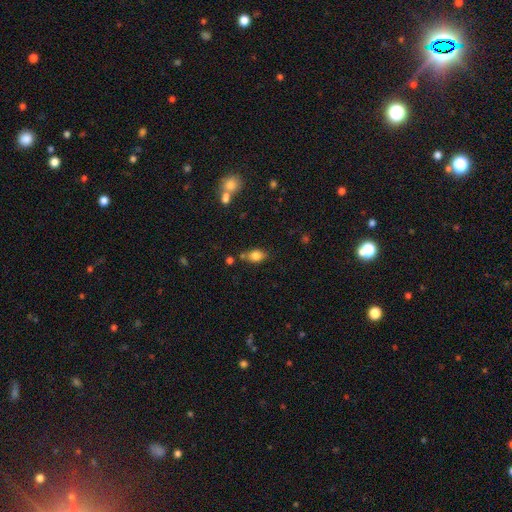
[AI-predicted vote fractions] smooth 82%, star or artifact 10%, featured or disk 8%. Down the decision tree: how rounded — in between (75%); merging — none (65%).